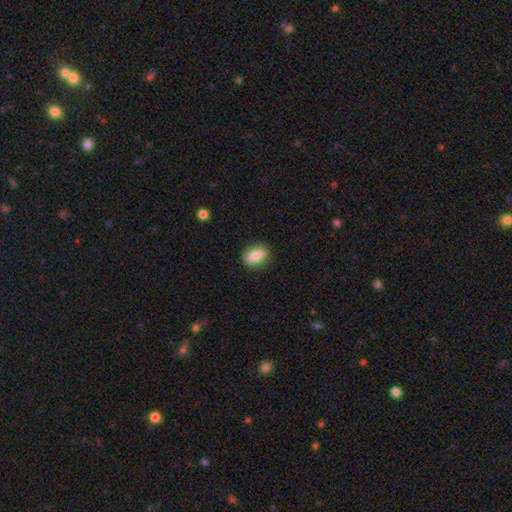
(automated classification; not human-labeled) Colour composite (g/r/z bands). It shows a smooth galaxy with no disk features (80%) that is in between round and cigar-shaped (78%). Merging: none (84%).